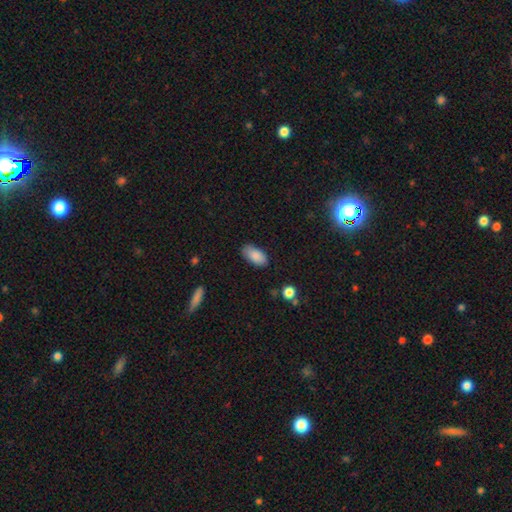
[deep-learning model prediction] Smooth or featured: smooth — 87% (star or artifact — 7%)
How rounded: in between — 93% (cigar-shaped — 4%)
Merging: none — 83% (minor disturbance — 13%)